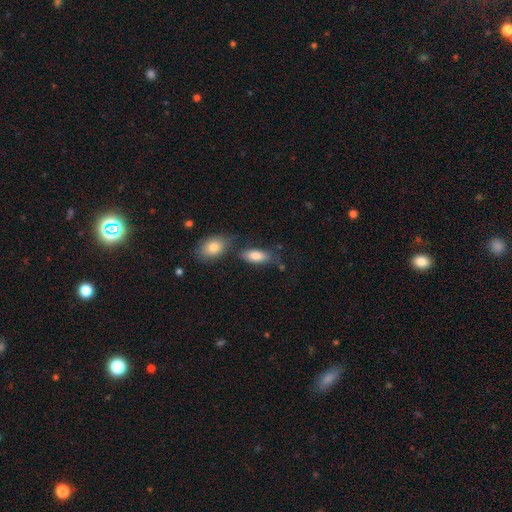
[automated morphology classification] smooth 82%, featured or disk 11%, star or artifact 7%. Down the decision tree: how rounded — in between (85%); merging — none (62%).